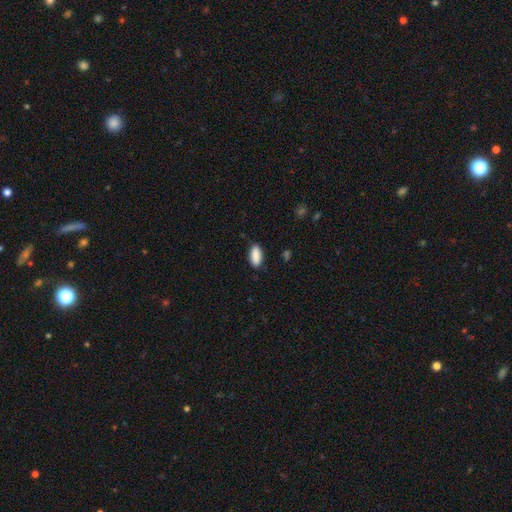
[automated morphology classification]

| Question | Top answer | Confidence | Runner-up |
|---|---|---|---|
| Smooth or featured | smooth | 89% | star or artifact (7%) |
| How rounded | in between | 84% | cigar-shaped (14%) |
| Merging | none | 84% | minor disturbance (12%) |